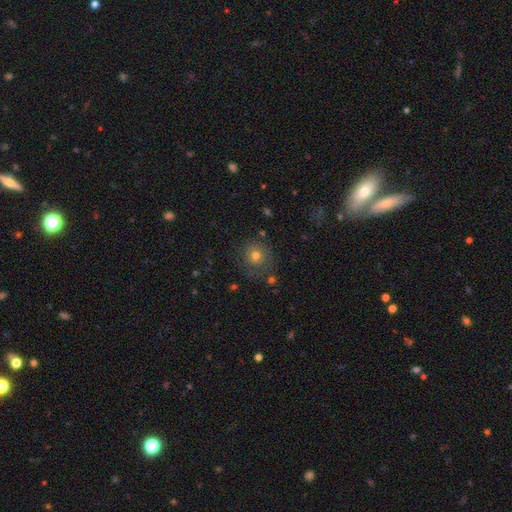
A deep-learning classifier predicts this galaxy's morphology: Smooth or featured: smooth — 69% (featured or disk — 17%)
How rounded: round — 90% (in between — 9%)
Merging: none — 74% (minor disturbance — 15%)